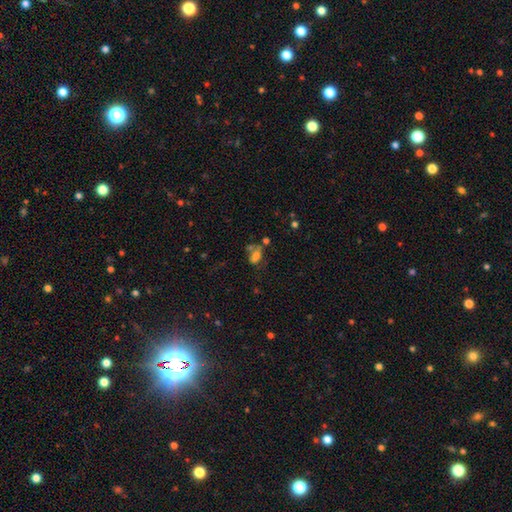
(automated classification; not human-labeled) Morphology: type=smooth (63%); roundness=in between (83%); merging=none (34%).